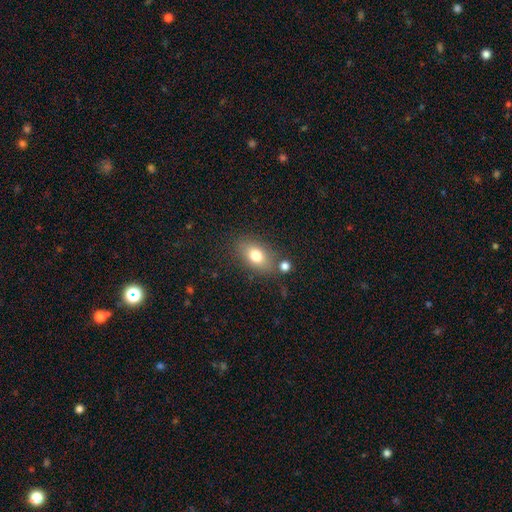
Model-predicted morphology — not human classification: Smooth or featured? Predicted: smooth (p=0.76). How rounded? Predicted: in between (p=0.82). Merging? Predicted: none (p=0.74).